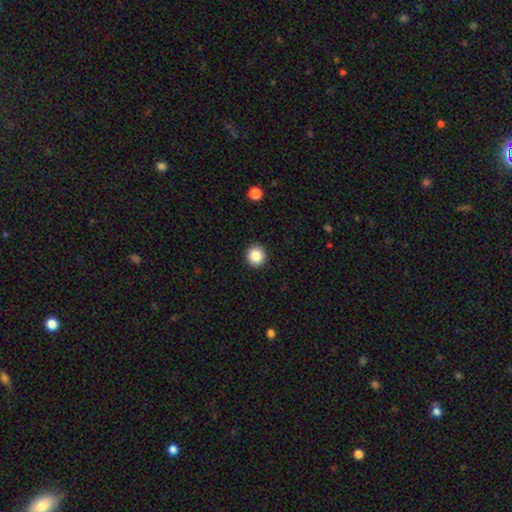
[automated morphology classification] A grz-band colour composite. It shows a smooth galaxy with no disk features (86%) that is round (88%). Merging: none (92%).